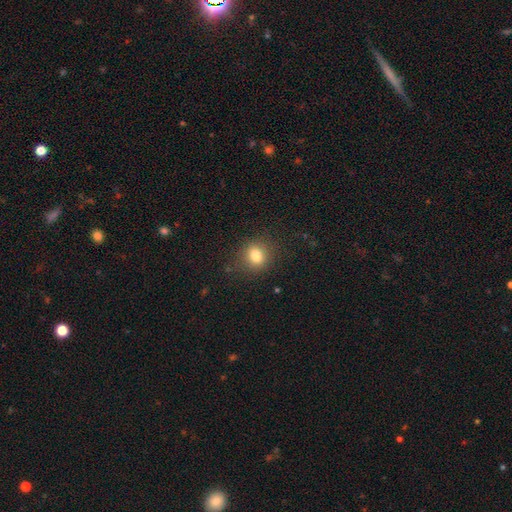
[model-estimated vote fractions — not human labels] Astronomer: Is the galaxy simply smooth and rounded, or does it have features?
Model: smooth — 79%.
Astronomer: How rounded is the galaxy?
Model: round — 77%.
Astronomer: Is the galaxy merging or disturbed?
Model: none — 85%.